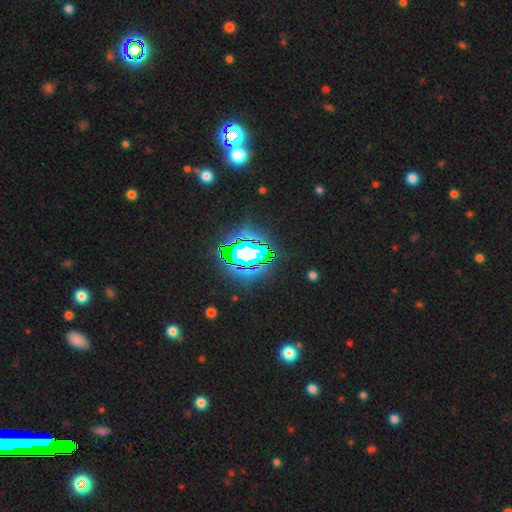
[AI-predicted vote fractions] A star or artifact, not a galaxy (82%).